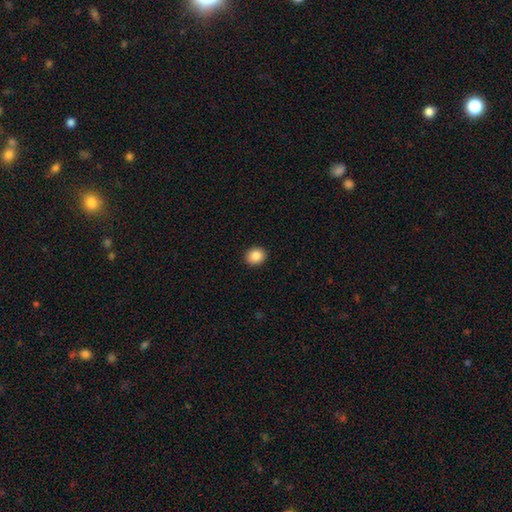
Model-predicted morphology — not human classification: Smooth or featured? Predicted: smooth (p=0.87). How rounded? Predicted: round (p=0.71). Merging? Predicted: none (p=0.92).